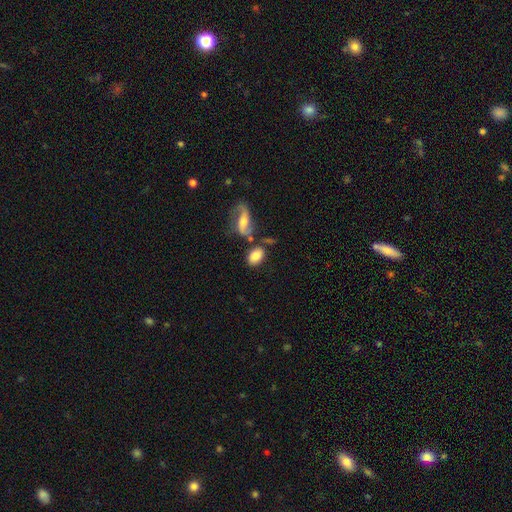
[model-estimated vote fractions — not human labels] Q: Smooth or featured?
A: smooth (78%); runner-up: featured or disk (15%)
Q: How rounded?
A: in between (86%); runner-up: round (12%)
Q: Merging?
A: none (58%); runner-up: merger (17%)